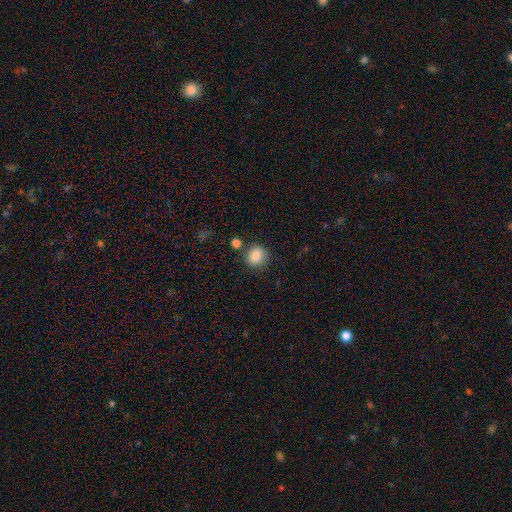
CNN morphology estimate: type=smooth (86%); roundness=round (79%); merging=none (78%).